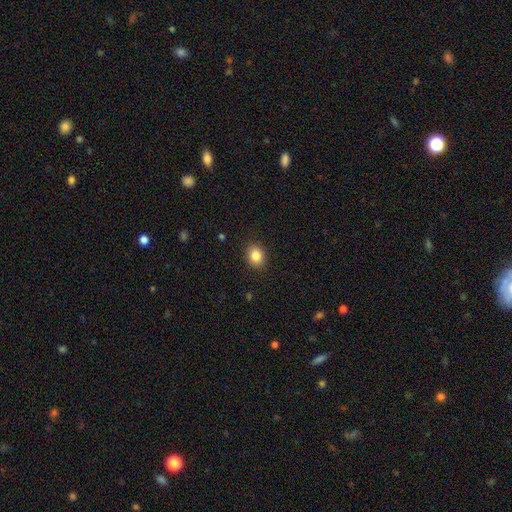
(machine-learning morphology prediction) A smooth galaxy with no disk features (85%) that is round (55%). Merging: none (89%).